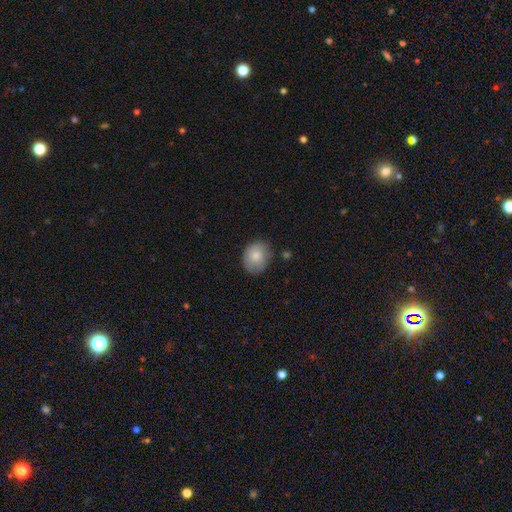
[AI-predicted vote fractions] Q: Smooth or featured?
A: smooth (83%); runner-up: featured or disk (10%)
Q: How rounded?
A: round (55%); runner-up: in between (44%)
Q: Merging?
A: none (74%); runner-up: minor disturbance (20%)